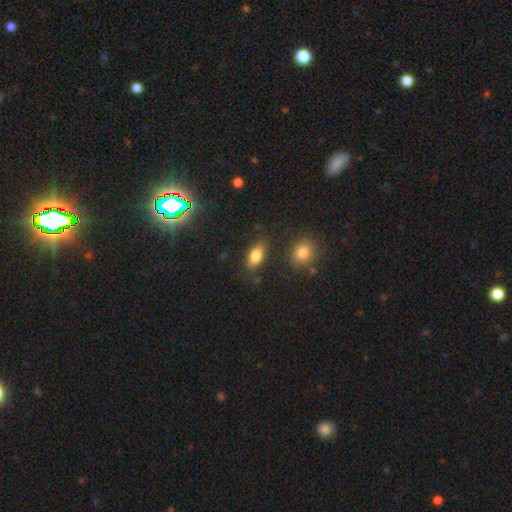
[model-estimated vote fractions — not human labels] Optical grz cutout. It shows a smooth galaxy with no disk features (79%) that is in between round and cigar-shaped (83%). Merging: none (80%).